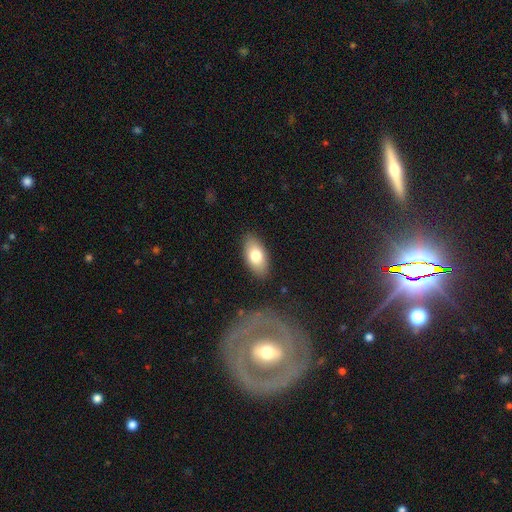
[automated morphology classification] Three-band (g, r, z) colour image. It shows a smooth galaxy with no disk features (77%) that is in between round and cigar-shaped (92%). Merging: none (86%).